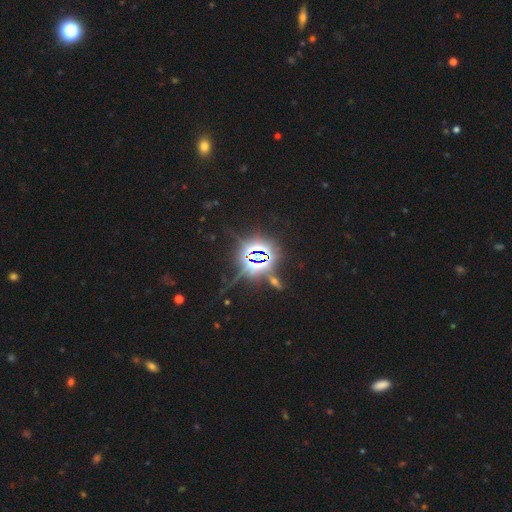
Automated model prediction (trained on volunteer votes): Q: Smooth or featured?
A: star or artifact (84%); runner-up: smooth (9%)